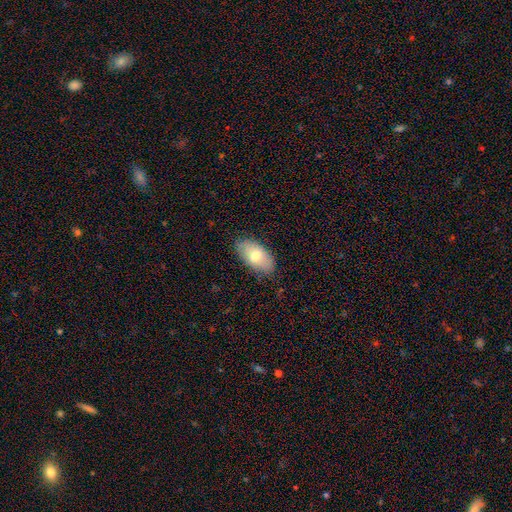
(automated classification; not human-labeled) Overall: smooth (70%). How rounded: in between (93%). Merging: none (83%).